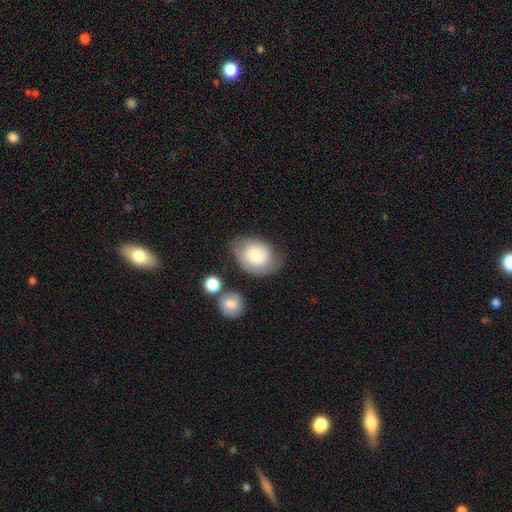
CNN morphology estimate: The model was most divided on "how rounded": in between: 66%, round: 33%, cigar-shaped: 1%. More confident: smooth or featured — smooth (66%); merging — none (61%).